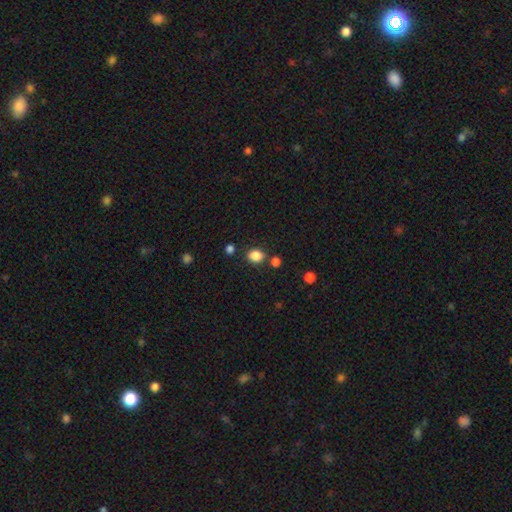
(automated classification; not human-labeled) Smooth or featured?
  - smooth: 85% *
  - star or artifact: 11%
  - featured or disk: 4%
How rounded?
  - round: 51% *
  - in between: 48%
  - cigar-shaped: 1%
Merging?
  - none: 77% *
  - minor disturbance: 11%
  - merger: 9%
  - major disturbance: 4%